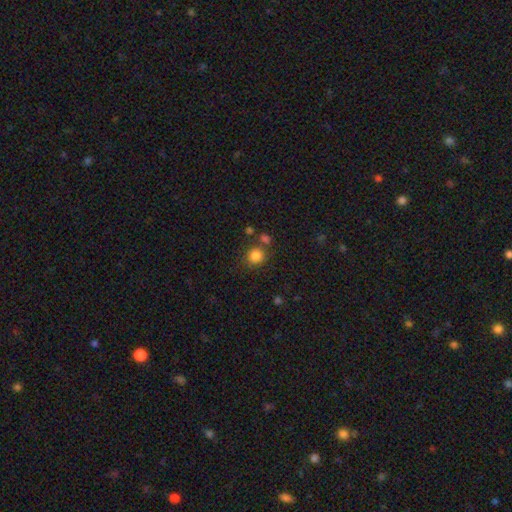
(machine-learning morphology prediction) smooth_or_featured: smooth (p=0.83) [alt: star or artifact p=0.12]
how_rounded: round (p=0.81) [alt: in between p=0.19]
merging: none (p=0.72) [alt: merger p=0.13]